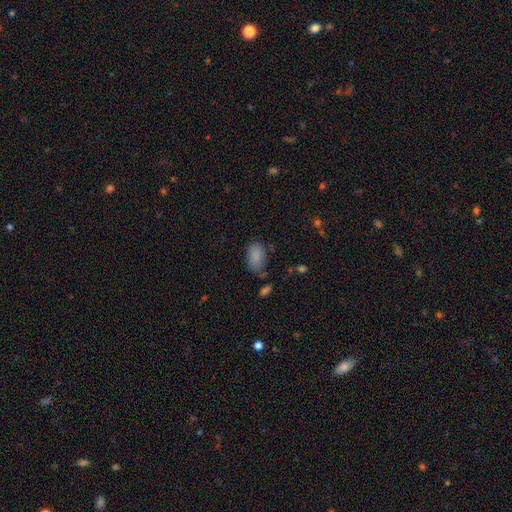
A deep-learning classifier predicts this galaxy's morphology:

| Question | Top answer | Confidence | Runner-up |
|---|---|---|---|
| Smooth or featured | smooth | 86% | star or artifact (8%) |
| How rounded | in between | 90% | round (8%) |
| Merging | none | 70% | minor disturbance (20%) |